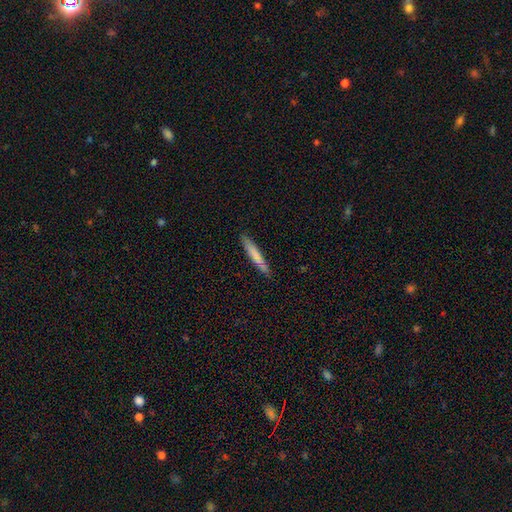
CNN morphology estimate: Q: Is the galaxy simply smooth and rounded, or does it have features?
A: smooth — 66%.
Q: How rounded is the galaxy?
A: cigar-shaped — 91%.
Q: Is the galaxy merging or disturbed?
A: none — 83%.